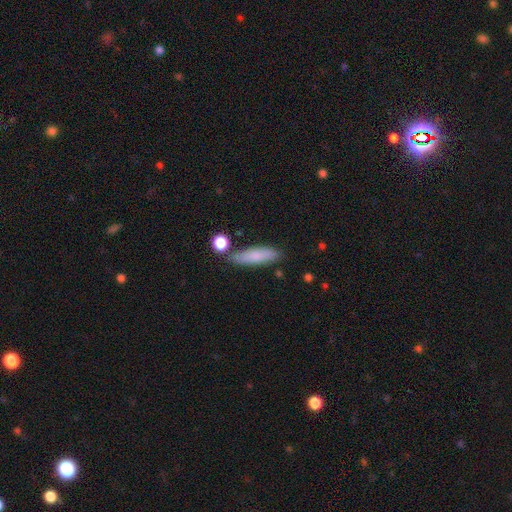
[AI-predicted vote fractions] smooth_or_featured: smooth (p=0.78) [alt: featured or disk p=0.15]
how_rounded: cigar-shaped (p=0.65) [alt: in between p=0.33]
merging: none (p=0.77) [alt: minor disturbance p=0.14]